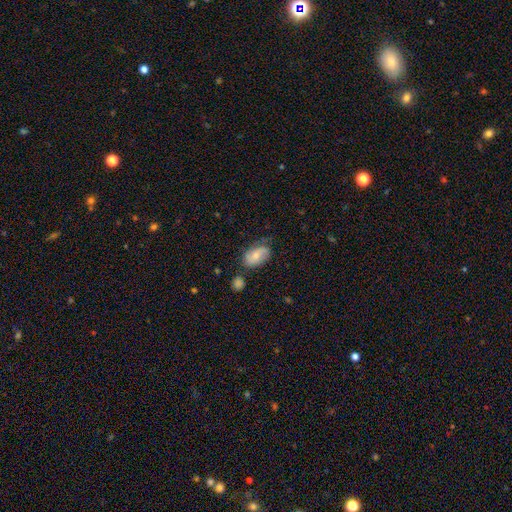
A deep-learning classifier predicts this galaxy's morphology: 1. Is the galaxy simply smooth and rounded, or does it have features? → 60% smooth, 33% featured or disk, 8% star or artifact.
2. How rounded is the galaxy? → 91% in between, 8% round, 2% cigar-shaped.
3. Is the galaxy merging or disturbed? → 60% none, 27% minor disturbance, 8% major disturbance, 5% merger.